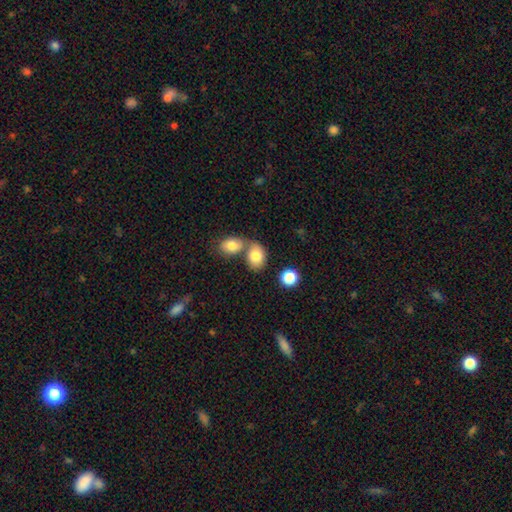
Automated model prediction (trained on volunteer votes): A smooth galaxy with no disk features (81%) that is in between round and cigar-shaped (73%).

Vote fractions:
- Smooth or featured? smooth: 81% / featured or disk: 11% / star or artifact: 8%
- How rounded? in between: 73% / round: 26% / cigar-shaped: 1%
- Merging? merger: 44% / none: 42% / minor disturbance: 11% / major disturbance: 4%